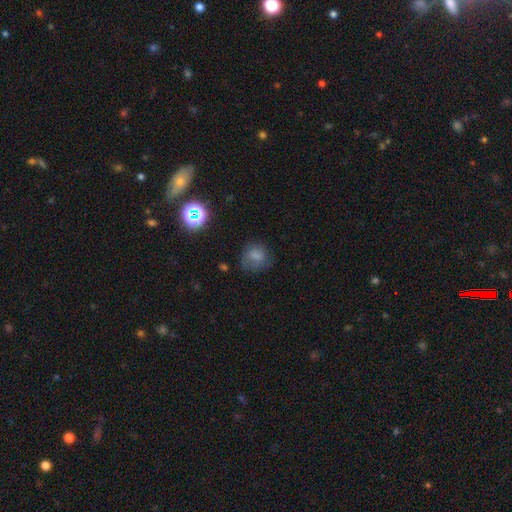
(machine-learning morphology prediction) smooth_or_featured: smooth (p=0.73) [alt: star or artifact p=0.15]
how_rounded: round (p=0.77) [alt: in between p=0.22]
merging: none (p=0.62) [alt: minor disturbance p=0.24]